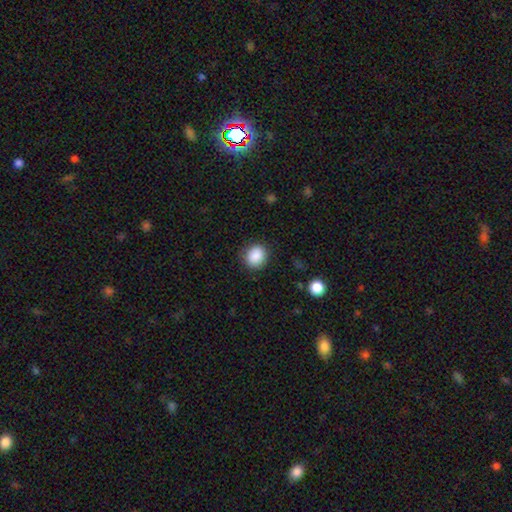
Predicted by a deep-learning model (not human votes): smooth-or-featured: smooth: 88% | star or artifact: 8% | featured or disk: 4%
  how-rounded: round: 70% | in between: 29% | cigar-shaped: 1%
  merging: none: 85% | minor disturbance: 11% | major disturbance: 3% | merger: 1%